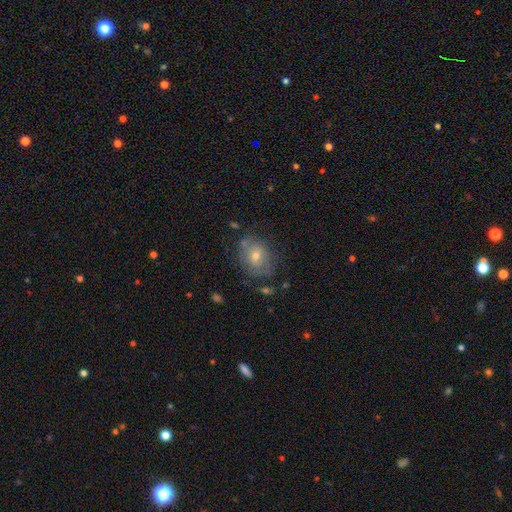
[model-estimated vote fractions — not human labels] smooth-or-featured: smooth: 45% | featured or disk: 42% | star or artifact: 13%
  merging: none: 65% | minor disturbance: 21% | major disturbance: 9% | merger: 5%